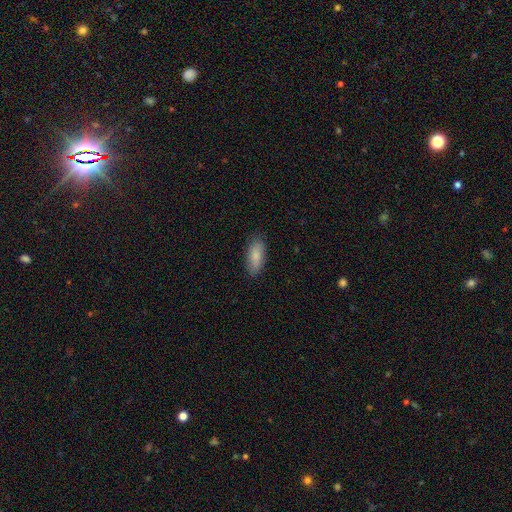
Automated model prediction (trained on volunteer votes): Morphology: type=smooth (85%); roundness=in between (80%); merging=none (85%).